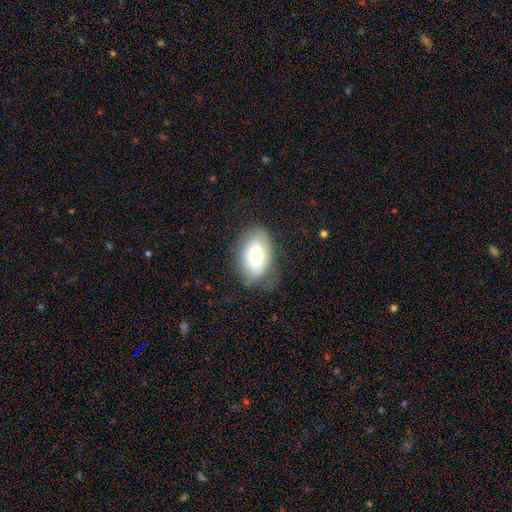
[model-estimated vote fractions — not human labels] A smooth galaxy with no disk features (65%) that is in between round and cigar-shaped (89%). Merging: none (64%).